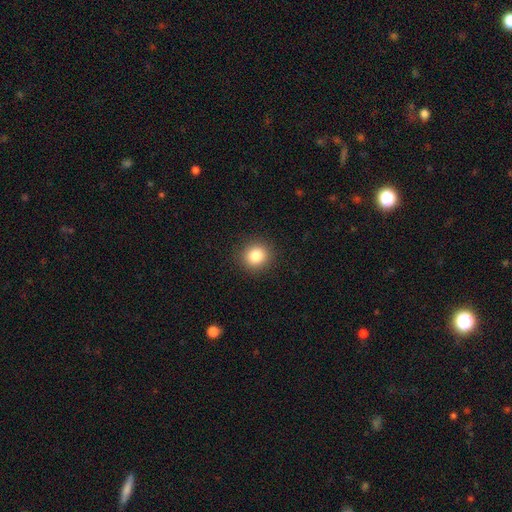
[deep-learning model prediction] Smooth or featured?
  - smooth: 83% *
  - star or artifact: 11%
  - featured or disk: 6%
How rounded?
  - round: 89% *
  - in between: 10%
  - cigar-shaped: 1%
Merging?
  - none: 91% *
  - minor disturbance: 6%
  - major disturbance: 2%
  - merger: 1%